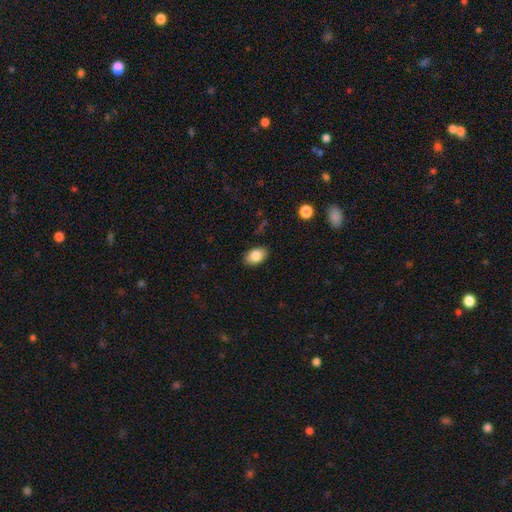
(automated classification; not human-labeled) smooth_or_featured: smooth (p=0.83) [alt: featured or disk p=0.09]
how_rounded: in between (p=0.89) [alt: round p=0.10]
merging: none (p=0.87) [alt: minor disturbance p=0.09]